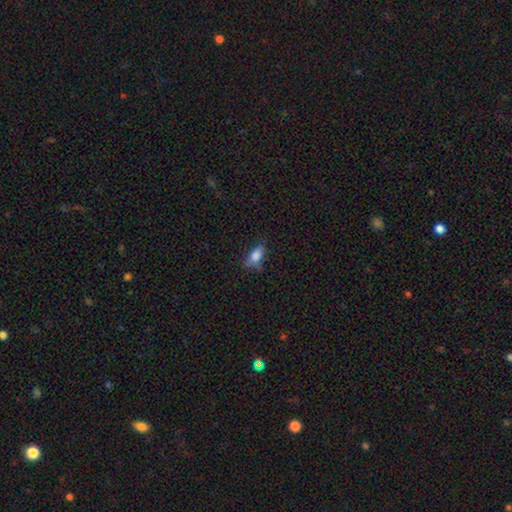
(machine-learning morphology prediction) Smooth or featured?
  - smooth: 78% *
  - featured or disk: 11%
  - star or artifact: 11%
How rounded?
  - in between: 85% *
  - cigar-shaped: 9%
  - round: 7%
Merging?
  - none: 52% *
  - minor disturbance: 31%
  - major disturbance: 13%
  - merger: 4%